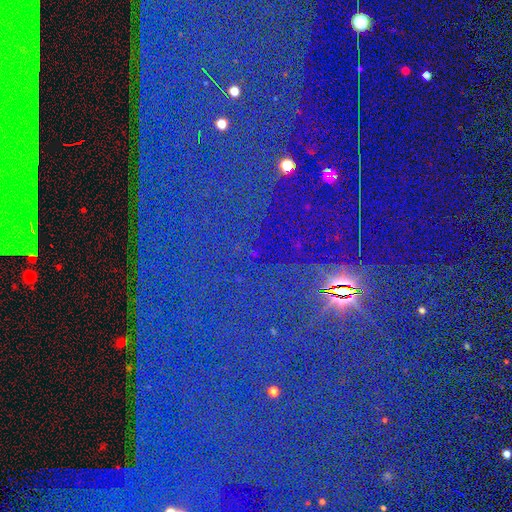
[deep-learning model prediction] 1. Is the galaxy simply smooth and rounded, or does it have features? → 83% star or artifact, 9% smooth, 8% featured or disk.